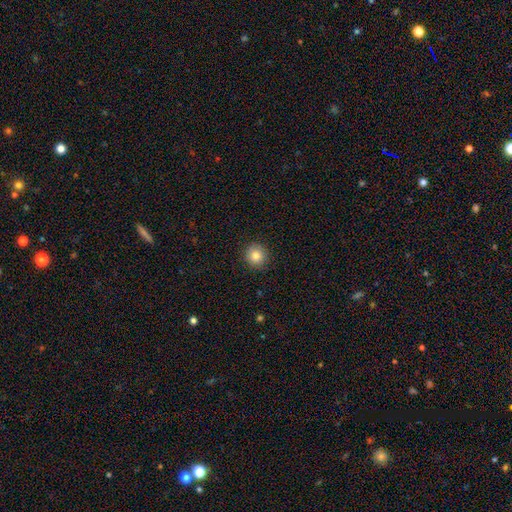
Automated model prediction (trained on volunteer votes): Morphology: type=smooth (83%); roundness=round (93%); merging=none (91%).